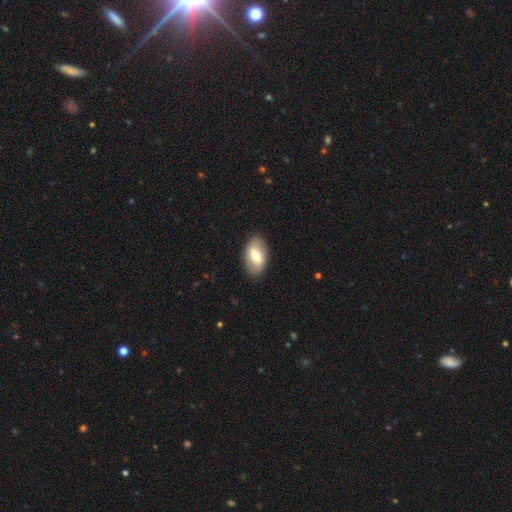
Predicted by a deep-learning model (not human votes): Smooth or featured? Predicted: smooth (p=0.62). How rounded? Predicted: in between (p=0.92). Merging? Predicted: none (p=0.87).